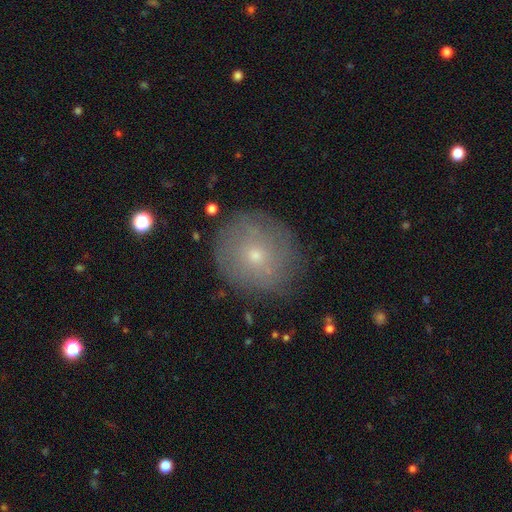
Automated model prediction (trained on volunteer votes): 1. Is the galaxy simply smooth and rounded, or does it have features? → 55% smooth, 33% featured or disk, 12% star or artifact.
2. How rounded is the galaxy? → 85% round, 14% in between, 1% cigar-shaped.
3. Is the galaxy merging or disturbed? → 81% none, 13% minor disturbance, 5% major disturbance, 1% merger.